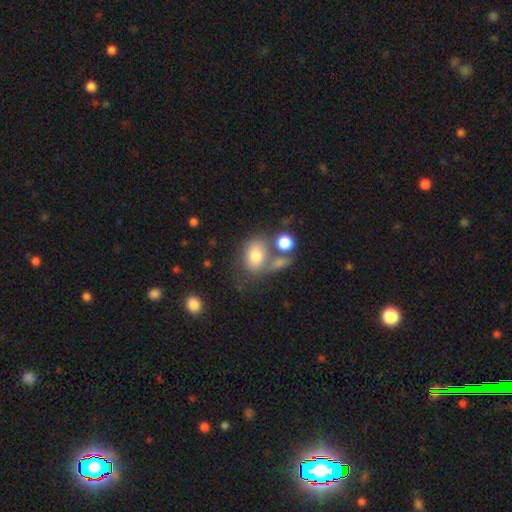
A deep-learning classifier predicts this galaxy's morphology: Smooth or featured?
  - smooth: 74% *
  - featured or disk: 16%
  - star or artifact: 10%
How rounded?
  - in between: 69% *
  - round: 30%
  - cigar-shaped: 1%
Merging?
  - none: 45% *
  - merger: 29%
  - minor disturbance: 17%
  - major disturbance: 10%